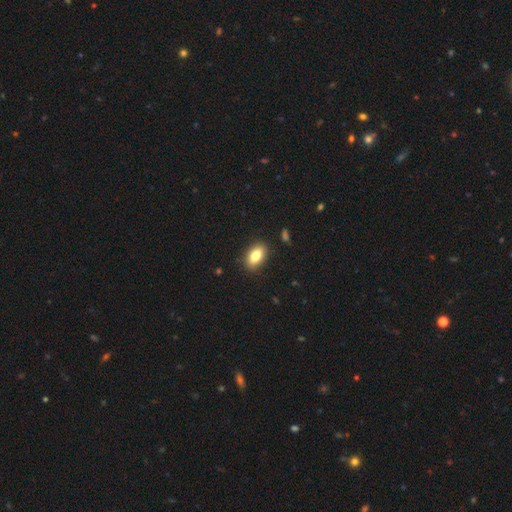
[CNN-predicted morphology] A smooth galaxy with no disk features (81%) that is in between round and cigar-shaped (89%). Merging: none (87%).